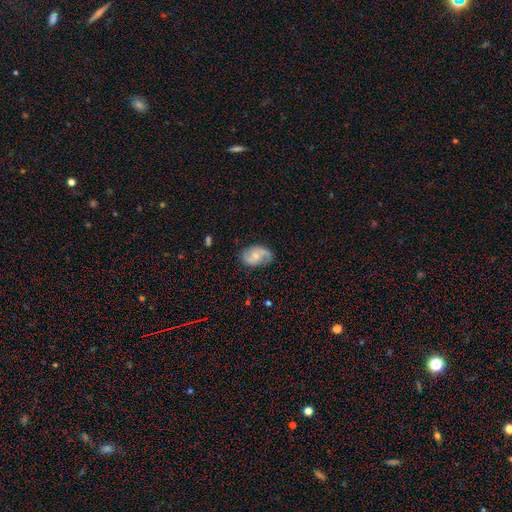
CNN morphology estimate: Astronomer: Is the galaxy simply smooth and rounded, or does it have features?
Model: featured or disk — 67%.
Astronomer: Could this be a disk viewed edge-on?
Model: no — 97%.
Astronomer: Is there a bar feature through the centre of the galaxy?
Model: no — 58% (runner-up: weak, 36%).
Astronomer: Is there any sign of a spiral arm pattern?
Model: yes — 90%.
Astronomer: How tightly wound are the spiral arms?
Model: medium — 44% (runner-up: loose, 37%).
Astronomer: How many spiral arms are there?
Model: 2 — 83%.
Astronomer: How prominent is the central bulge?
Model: small — 55% (runner-up: moderate, 36%).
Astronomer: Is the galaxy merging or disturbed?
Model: none — 69%.